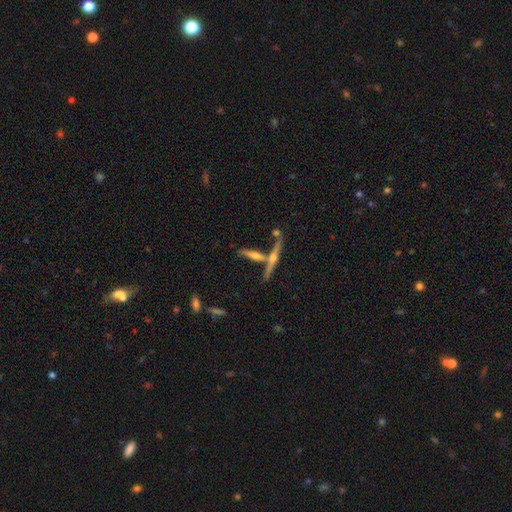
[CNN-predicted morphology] This is likely a featured or disk galaxy (74%). It is clearly viewed edge-on (95%). Edge-on bulge: clearly rounded (87%). Merging: likely none (61%).